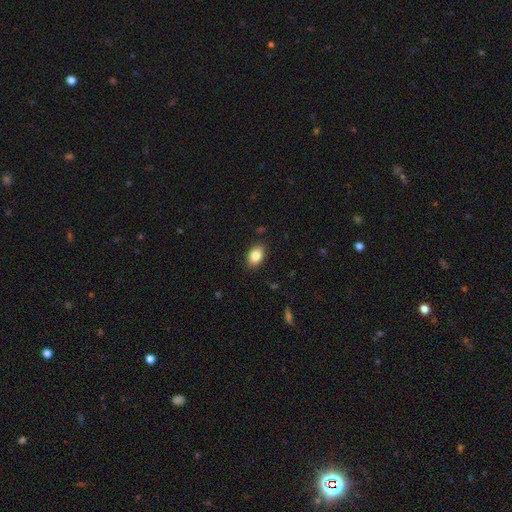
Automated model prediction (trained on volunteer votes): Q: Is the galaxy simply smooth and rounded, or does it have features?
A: smooth — 83%.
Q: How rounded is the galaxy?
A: in between — 87%.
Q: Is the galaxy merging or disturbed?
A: none — 87%.